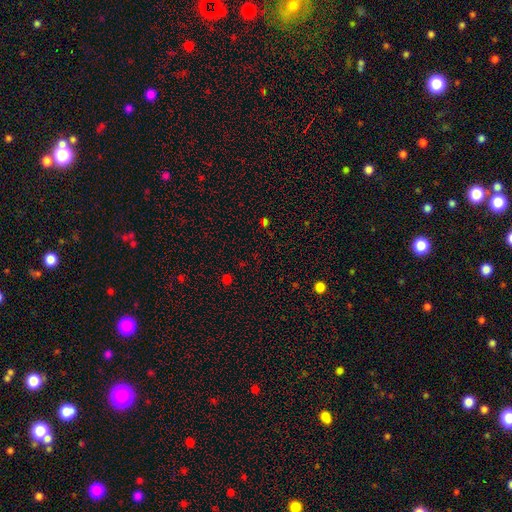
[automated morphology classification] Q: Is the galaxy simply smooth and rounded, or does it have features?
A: star or artifact — 58%.